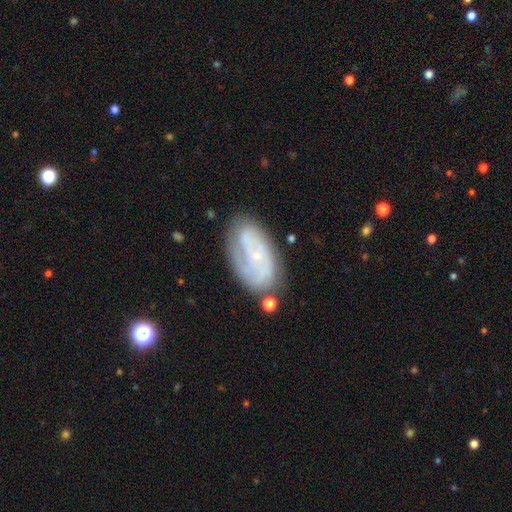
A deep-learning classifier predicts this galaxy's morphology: This is likely a featured or disk galaxy (75%). It is clearly not viewed edge-on (96%). Bar: likely no (67%). Spiral arm pattern: clearly yes (90%). Spiral arm count: marginally 2 (36%). Spiral winding: possibly tight (53%). Central bulge: likely small (80%). Merging: likely none (70%).